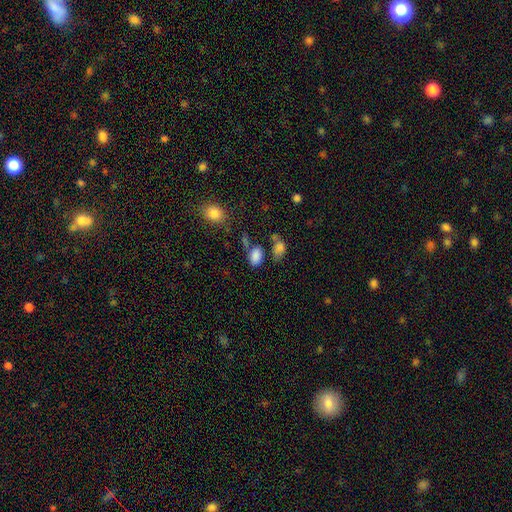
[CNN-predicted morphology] Smooth or featured? smooth (83%)
How rounded? in between (87%)
Merging? none (57%)